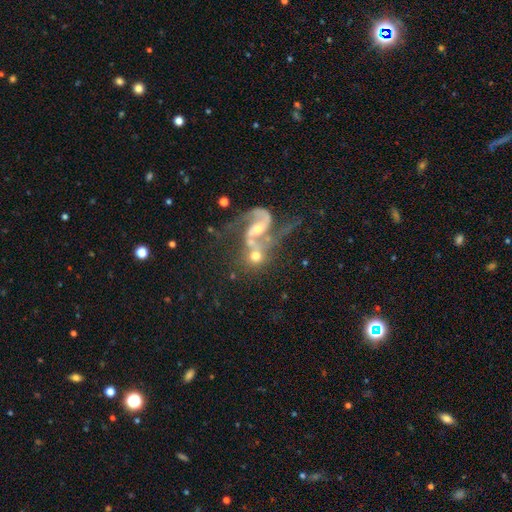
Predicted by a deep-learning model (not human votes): Morphology: type=featured or disk (66%); edge-on=no (96%); bar=no (44%); spiral arms=yes (86%); winding=loose (61%); arm count=2 (82%); bulge=moderate (48%); merging=merger (51%).